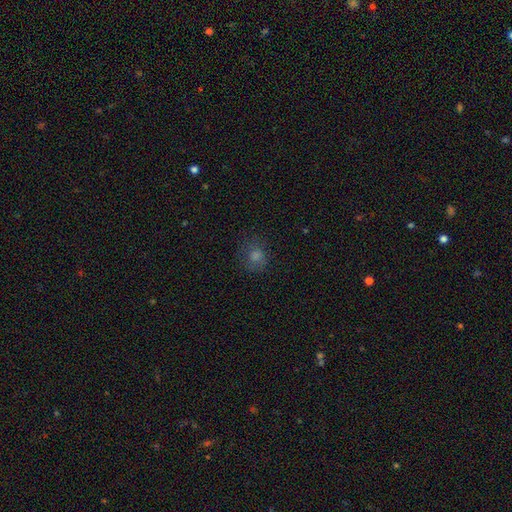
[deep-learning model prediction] Q: Smooth or featured?
A: smooth (64%); runner-up: star or artifact (24%)
Q: How rounded?
A: round (78%); runner-up: in between (21%)
Q: Merging?
A: none (79%); runner-up: minor disturbance (14%)